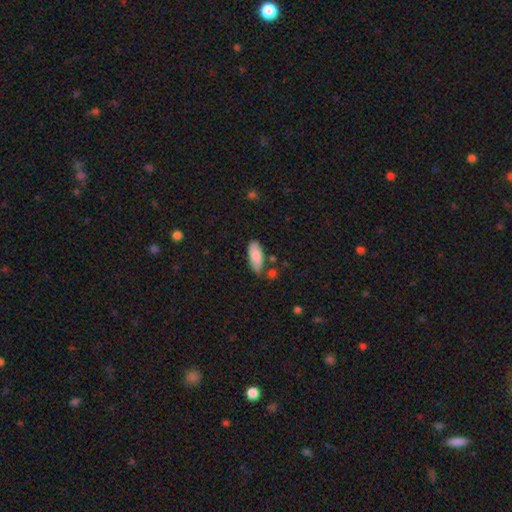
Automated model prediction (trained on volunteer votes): Smooth or featured? Predicted: smooth (p=0.83). How rounded? Predicted: in between (p=0.79). Merging? Predicted: none (p=0.71).